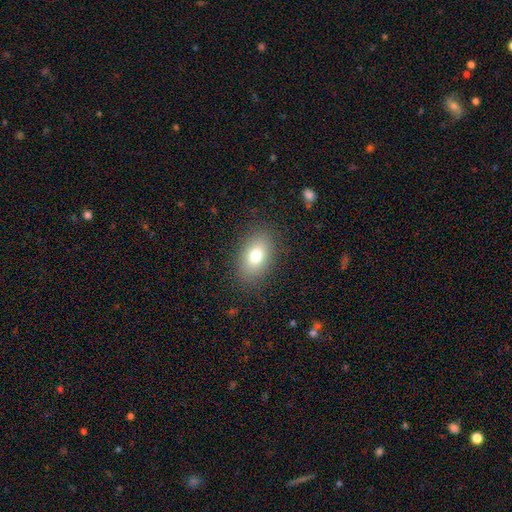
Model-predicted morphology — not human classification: Smooth or featured? smooth (76%)
How rounded? in between (84%)
Merging? none (86%)